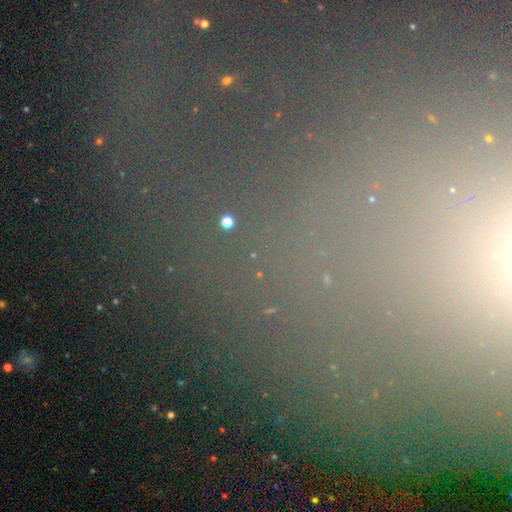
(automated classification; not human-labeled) Smooth or featured: star or artifact — 67% (smooth — 20%)